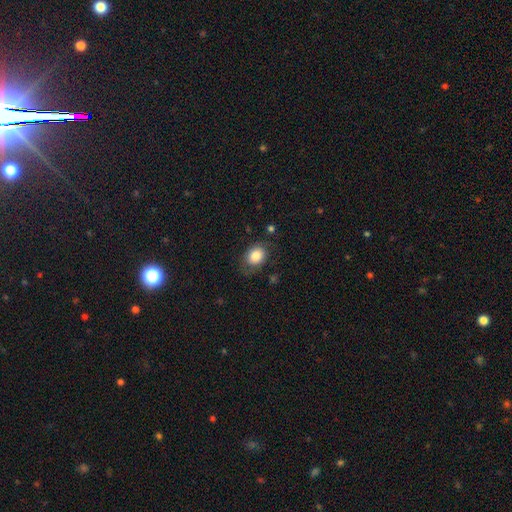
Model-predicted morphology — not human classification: Smooth or featured? Predicted: smooth (p=0.83). How rounded? Predicted: in between (p=0.58). Merging? Predicted: none (p=0.72).